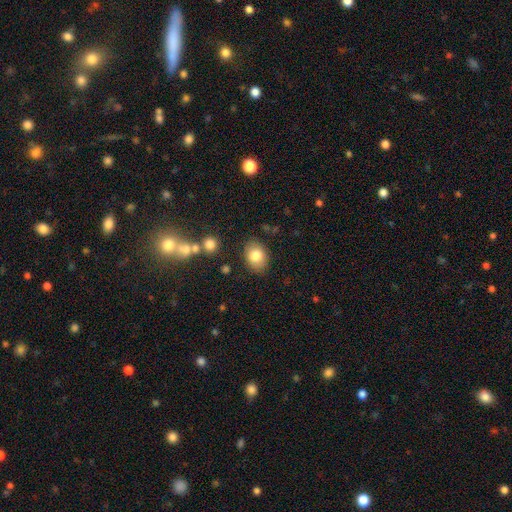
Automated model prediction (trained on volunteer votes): Smooth or featured? Predicted: smooth (p=0.81). How rounded? Predicted: in between (p=0.63). Merging? Predicted: none (p=0.84).